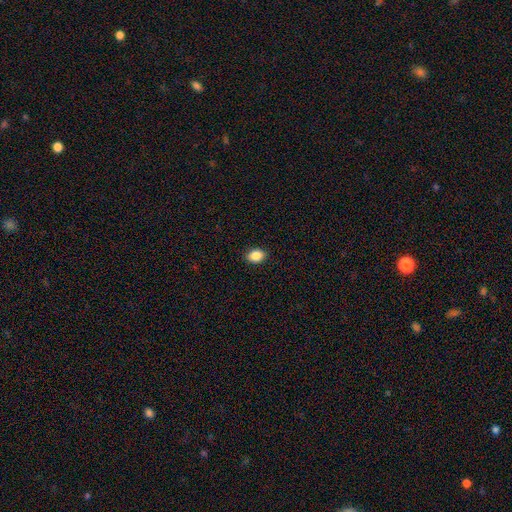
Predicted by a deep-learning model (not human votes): A smooth galaxy with no disk features (88%) that is in between round and cigar-shaped (70%). Merging: none (90%).